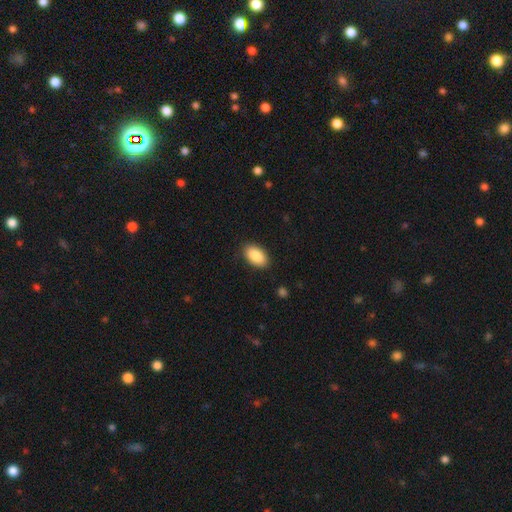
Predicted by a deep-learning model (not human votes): This appears to be a smooth galaxy with no disk features (88%) that is in between round and cigar-shaped (94%). Merging: none (88%).